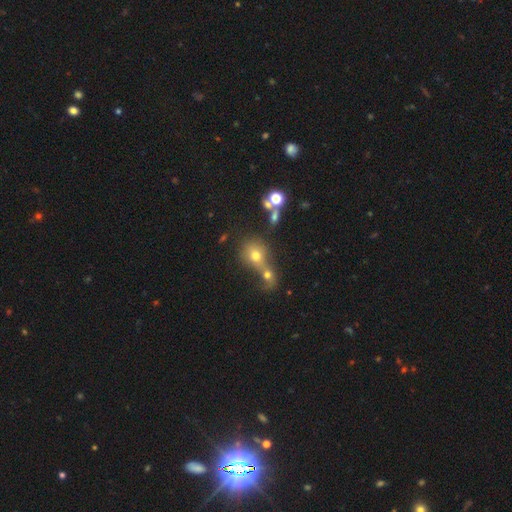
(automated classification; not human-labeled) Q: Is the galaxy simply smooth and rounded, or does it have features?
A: smooth — 65%.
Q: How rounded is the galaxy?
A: round — 70%.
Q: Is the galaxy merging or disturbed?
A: merger — 61%.